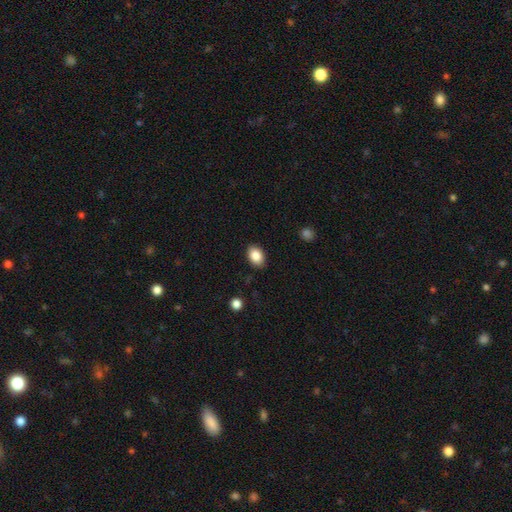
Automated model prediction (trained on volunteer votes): Morphology: type=smooth (87%); roundness=in between (77%); merging=none (88%).